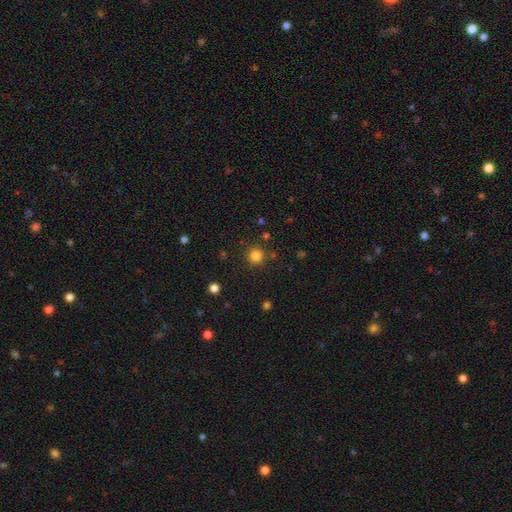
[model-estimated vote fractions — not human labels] A smooth galaxy with no disk features (82%) that is round (95%).

Vote fractions:
- Smooth or featured? smooth: 82% / star or artifact: 13% / featured or disk: 5%
- How rounded? round: 95% / in between: 4% / cigar-shaped: 1%
- Merging? none: 89% / minor disturbance: 6% / merger: 3% / major disturbance: 2%